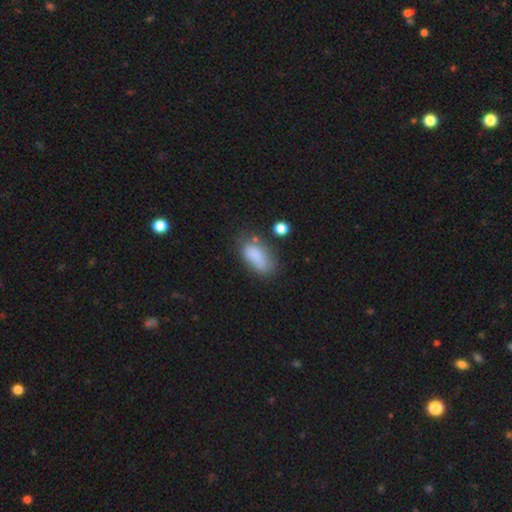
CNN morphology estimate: type=smooth (81%); roundness=in between (88%); merging=none (54%).